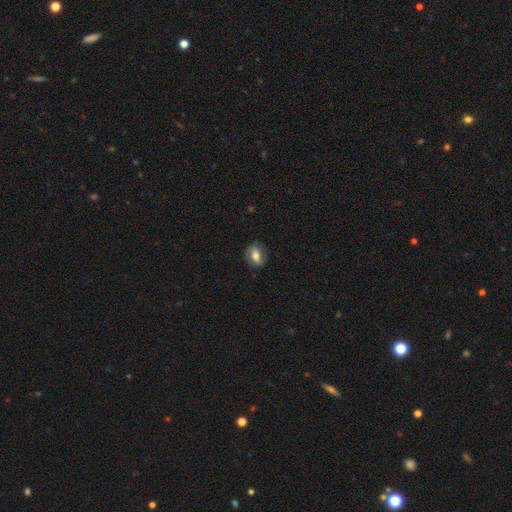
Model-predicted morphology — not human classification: type=smooth (57%); roundness=in between (65%); merging=none (80%).